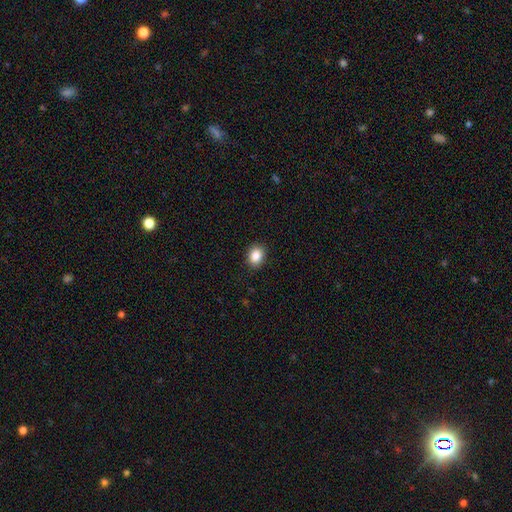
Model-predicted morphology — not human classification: Smooth or featured? smooth (87%)
How rounded? in between (56%)
Merging? none (89%)